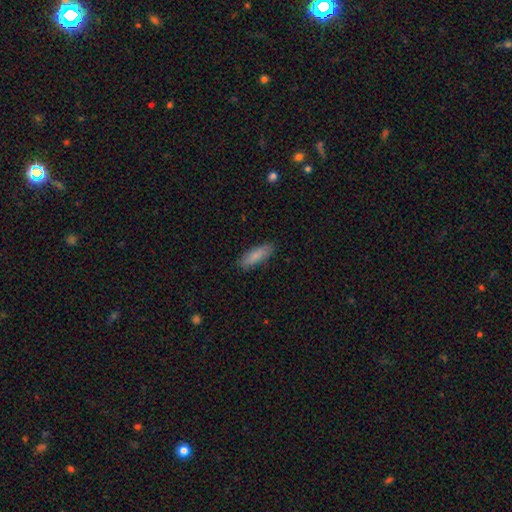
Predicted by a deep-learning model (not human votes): Overall: smooth (85%). How rounded: in between (52%; cigar-shaped 46%). Merging: none (85%).